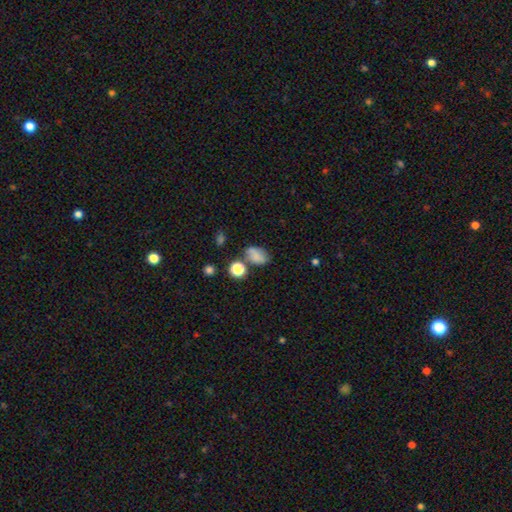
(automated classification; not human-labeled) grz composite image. It shows a smooth galaxy with no disk features (76%) that is in between round and cigar-shaped (77%). Merging: none (56%).